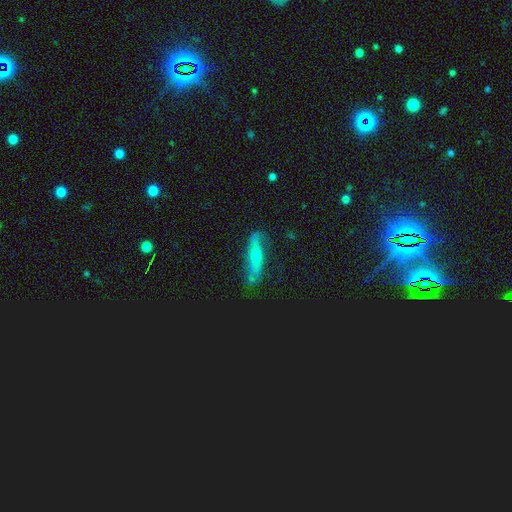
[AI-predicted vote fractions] Smooth or featured?
  - featured or disk: 55% *
  - smooth: 32%
  - star or artifact: 13%
Edge-on disk?
  - yes: 51% *
  - no: 49%
Merging?
  - none: 70% *
  - minor disturbance: 20%
  - major disturbance: 7%
  - merger: 3%